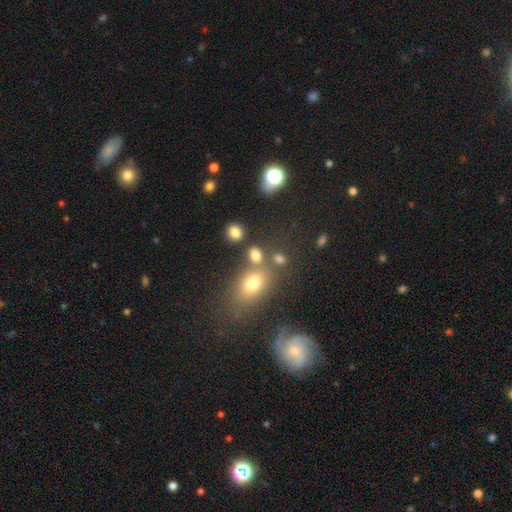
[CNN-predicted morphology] Smooth or featured: smooth — 74% (star or artifact — 16%)
How rounded: in between — 55% (round — 43%)
Merging: none — 60% (merger — 22%)